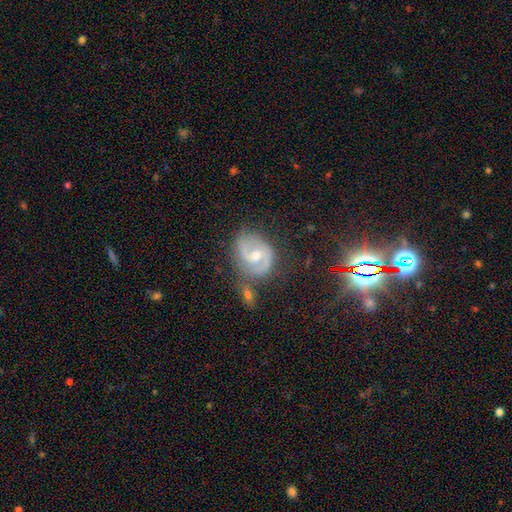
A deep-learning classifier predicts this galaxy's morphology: Overall: featured or disk (77%). Edge-on disk: no (97%). Bar: weak (49%; no 39%). Spiral arms: yes (90%). Spiral arm count: 2 (83%). Spiral winding: medium (53%; tight 29%). Bulge size: moderate (70%). Merging: none (59%; minor disturbance 22%).